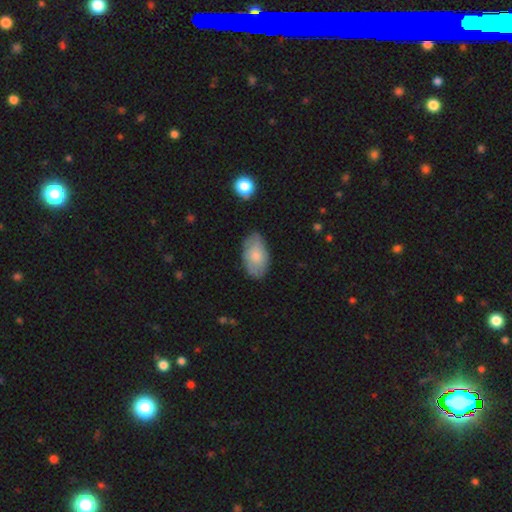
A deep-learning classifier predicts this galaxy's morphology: smooth_or_featured: smooth (p=0.66) [alt: featured or disk p=0.28]
how_rounded: in between (p=0.93) [alt: round p=0.06]
merging: none (p=0.76) [alt: minor disturbance p=0.19]